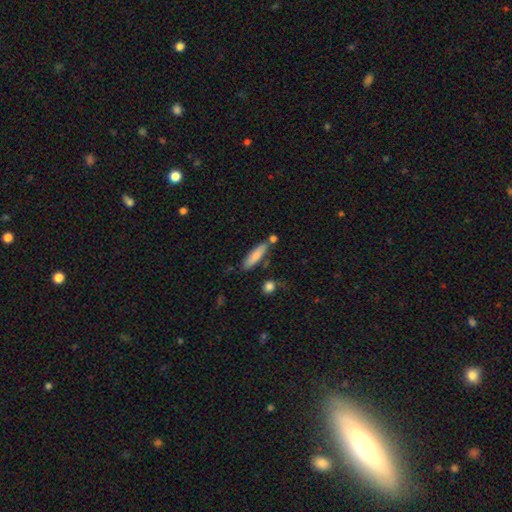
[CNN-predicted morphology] Smooth or featured? Predicted: smooth (p=0.78). How rounded? Predicted: cigar-shaped (p=0.72). Merging? Predicted: none (p=0.71).